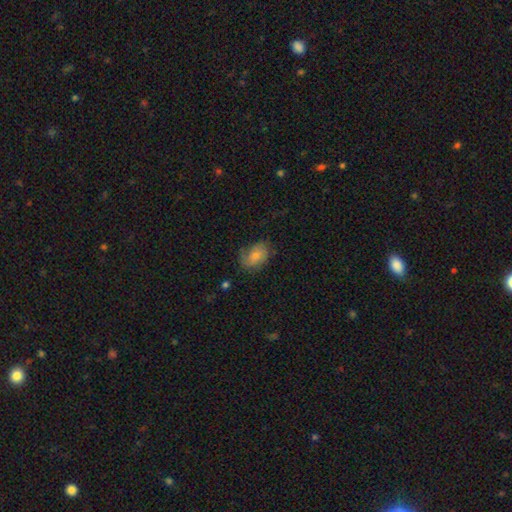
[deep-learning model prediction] This appears to be a smooth galaxy with no disk features (66%) that is in between round and cigar-shaped (78%). Merging: none (60%).